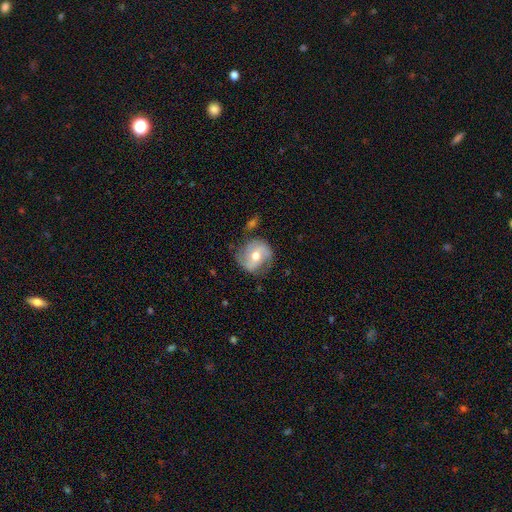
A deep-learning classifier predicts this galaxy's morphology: Q: Smooth or featured?
A: featured or disk (63%); runner-up: smooth (30%)
Q: Edge-on disk?
A: no (96%); runner-up: yes (4%)
Q: Bar?
A: no (41%); tied with: weak (41%)
Q: Spiral arms?
A: yes (82%); runner-up: no (18%)
Q: Bulge size?
A: moderate (74%); runner-up: small (18%)
Q: Merging?
A: none (70%); runner-up: minor disturbance (20%)